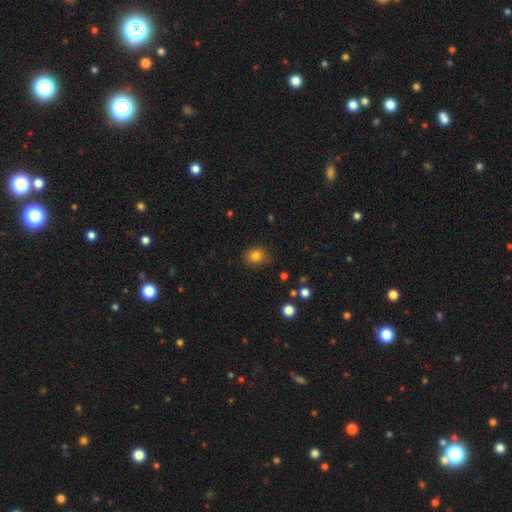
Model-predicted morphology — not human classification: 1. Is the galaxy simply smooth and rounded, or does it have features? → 82% smooth, 12% star or artifact, 6% featured or disk.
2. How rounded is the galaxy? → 65% round, 34% in between, 1% cigar-shaped.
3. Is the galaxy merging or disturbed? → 83% none, 13% minor disturbance, 3% major disturbance, 2% merger.